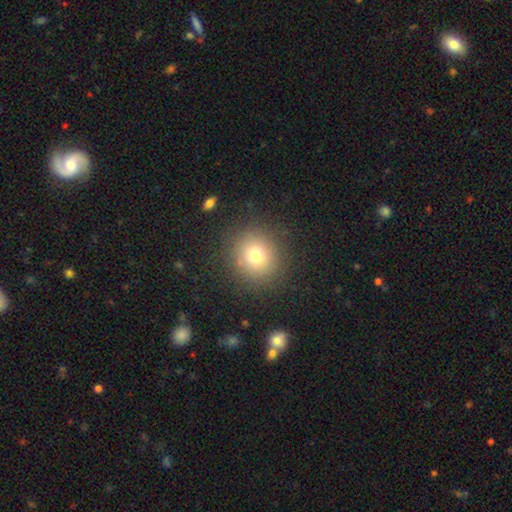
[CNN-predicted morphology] This appears to be a smooth galaxy with no disk features (75%) that is round (89%). Merging: none (87%).